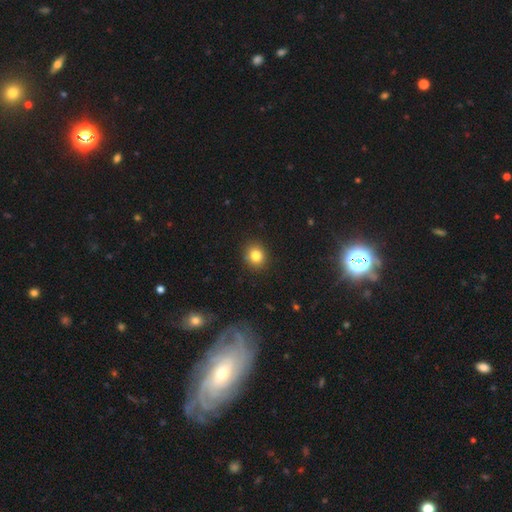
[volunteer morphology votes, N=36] Smooth or featured?
  - smooth: 94% *
  - featured or disk: 6%
  - star or artifact: 0%
How rounded?
  - round: 76% *
  - in between: 24%
  - cigar-shaped: 0%
Merging?
  - none: 92% *
  - minor disturbance: 6%
  - major disturbance: 3%
  - merger: 0%